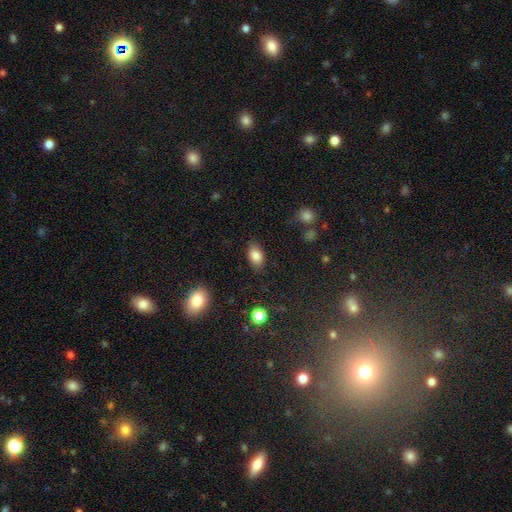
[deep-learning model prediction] This is clearly a smooth galaxy (84%). How rounded: clearly in between (88%). Merging: clearly none (81%).